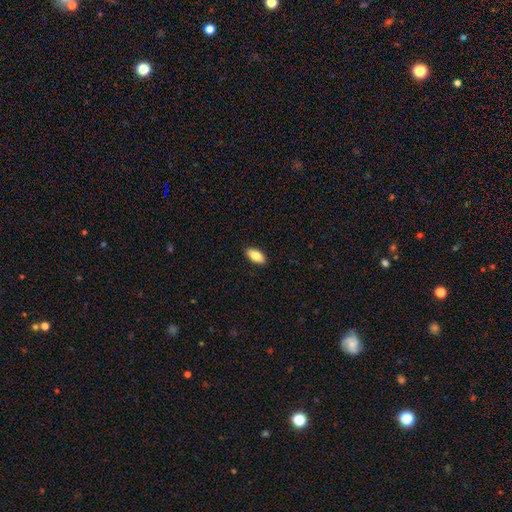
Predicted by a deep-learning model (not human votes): Smooth or featured?
  - smooth: 85% *
  - featured or disk: 8%
  - star or artifact: 7%
How rounded?
  - in between: 91% *
  - cigar-shaped: 6%
  - round: 2%
Merging?
  - none: 90% *
  - minor disturbance: 7%
  - major disturbance: 2%
  - merger: 1%